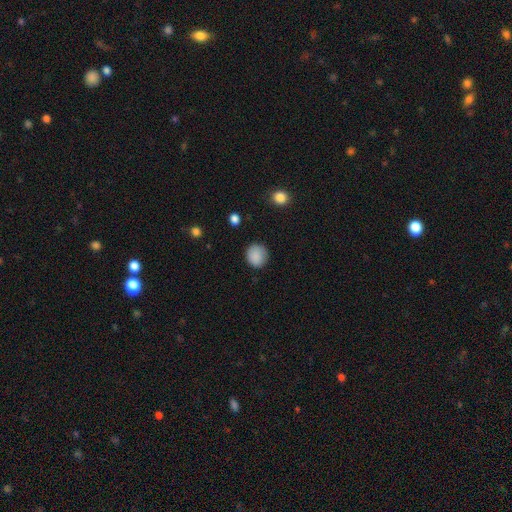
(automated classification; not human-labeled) A smooth galaxy with no disk features (88%) that is round (85%).

Vote fractions:
- Smooth or featured? smooth: 88% / star or artifact: 9% / featured or disk: 3%
- How rounded? round: 85% / in between: 14% / cigar-shaped: 1%
- Merging? none: 85% / minor disturbance: 11% / major disturbance: 3% / merger: 1%